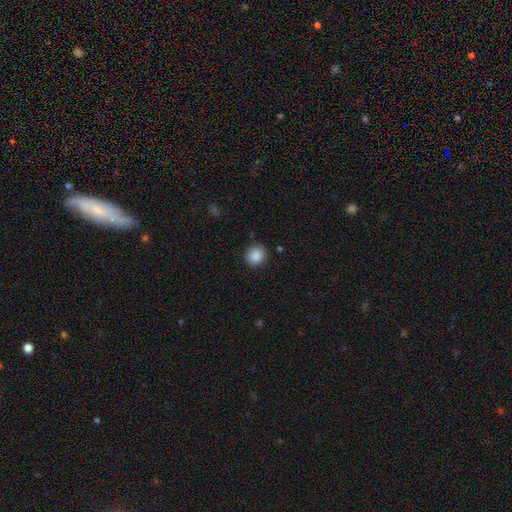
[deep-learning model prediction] The model was most divided on "how rounded": round: 79%, in between: 20%, cigar-shaped: 1%. More confident: smooth or featured — smooth (88%); merging — none (87%).